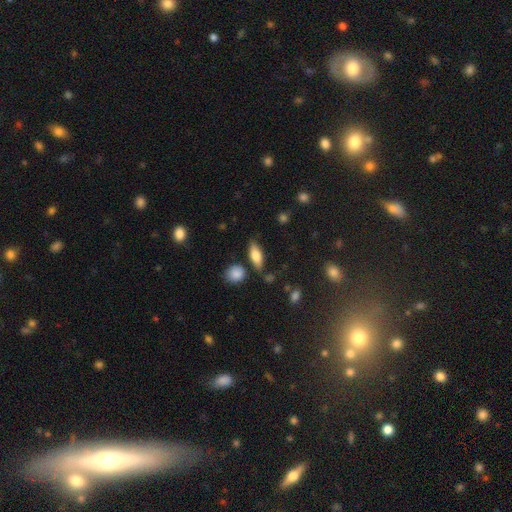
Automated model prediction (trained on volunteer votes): Smooth or featured: smooth — 72% (featured or disk — 21%)
How rounded: in between — 72% (cigar-shaped — 24%)
Merging: none — 74% (minor disturbance — 17%)